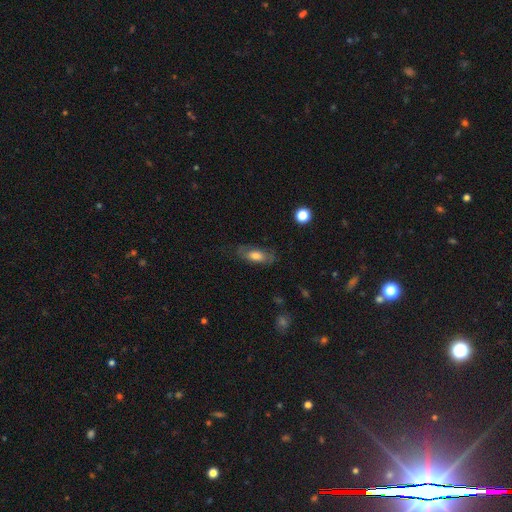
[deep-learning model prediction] Q: Smooth or featured?
A: smooth (69%); runner-up: featured or disk (23%)
Q: How rounded?
A: in between (75%); runner-up: cigar-shaped (21%)
Q: Merging?
A: none (70%); runner-up: minor disturbance (21%)